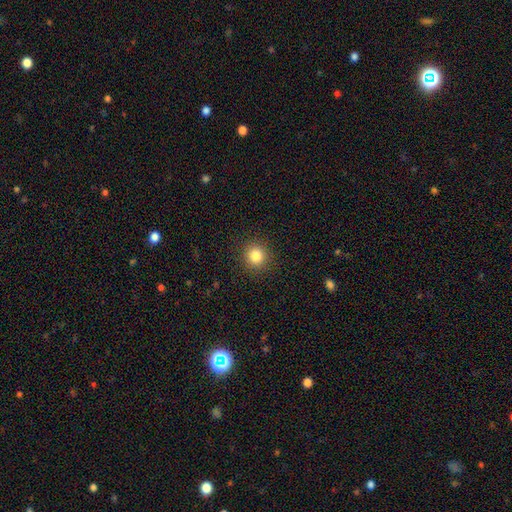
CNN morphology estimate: A smooth galaxy with no disk features (83%) that is round (92%).

Vote fractions:
- Smooth or featured? smooth: 83% / star or artifact: 11% / featured or disk: 5%
- How rounded? round: 92% / in between: 7% / cigar-shaped: 1%
- Merging? none: 91% / minor disturbance: 5% / major disturbance: 2% / merger: 1%